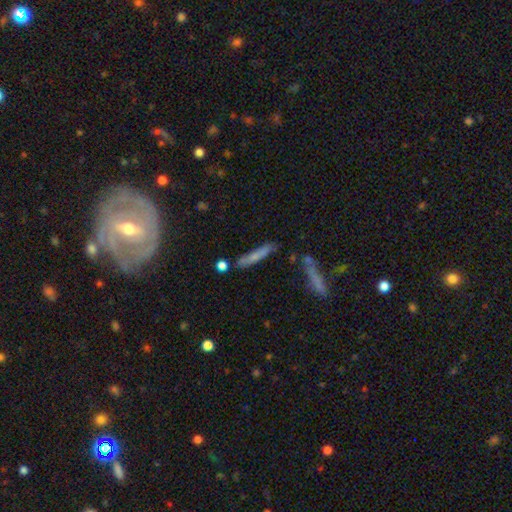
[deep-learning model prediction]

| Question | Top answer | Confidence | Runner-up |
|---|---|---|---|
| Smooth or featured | smooth | 65% | featured or disk (27%) |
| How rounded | cigar-shaped | 91% | in between (7%) |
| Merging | none | 71% | minor disturbance (16%) |